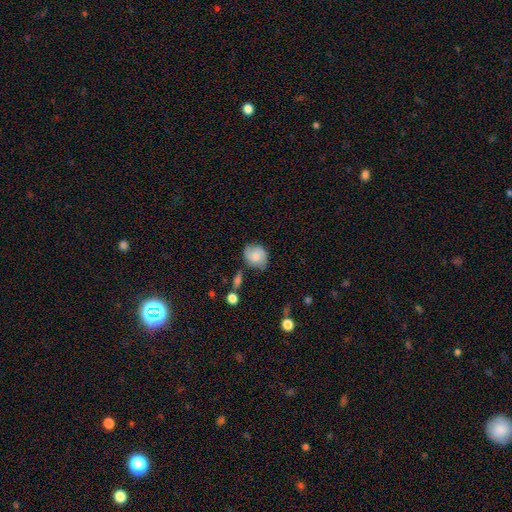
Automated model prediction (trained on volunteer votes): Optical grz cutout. It shows a smooth galaxy with no disk features (64%) that is round (61%). Merging: none (63%).